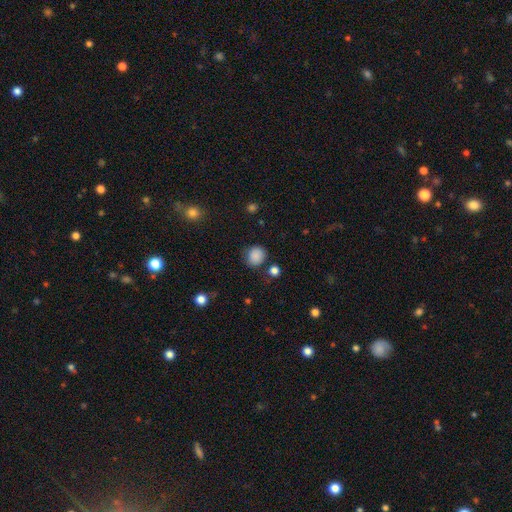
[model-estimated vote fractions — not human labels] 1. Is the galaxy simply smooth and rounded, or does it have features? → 86% smooth, 11% star or artifact, 4% featured or disk.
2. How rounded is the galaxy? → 81% round, 18% in between, 1% cigar-shaped.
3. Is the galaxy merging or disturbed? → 79% none, 14% minor disturbance, 4% major disturbance, 3% merger.